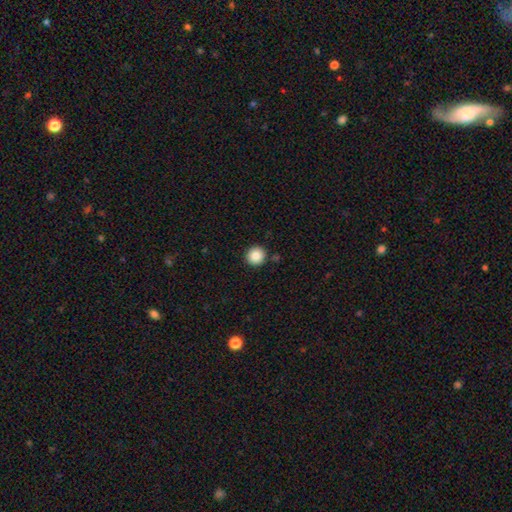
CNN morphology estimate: The model was most divided on "smooth or featured": smooth: 86%, star or artifact: 9%, featured or disk: 5%. More confident: how rounded — round (96%); merging — none (91%).